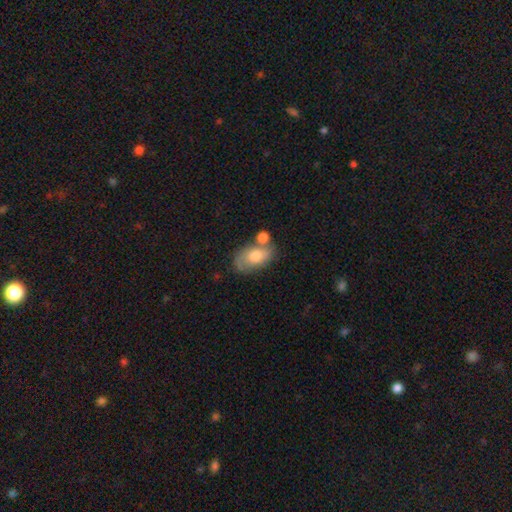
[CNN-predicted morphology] A smooth galaxy with no disk features (64%) that is in between round and cigar-shaped (89%).

Vote fractions:
- Smooth or featured? smooth: 64% / featured or disk: 29% / star or artifact: 7%
- How rounded? in between: 89% / round: 9% / cigar-shaped: 2%
- Merging? none: 47% / merger: 25% / minor disturbance: 20% / major disturbance: 8%